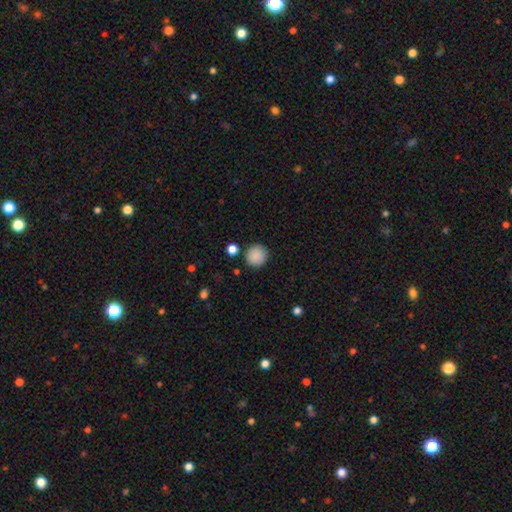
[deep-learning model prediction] The model was most divided on "smooth or featured": smooth: 88%, star or artifact: 8%, featured or disk: 4%. More confident: how rounded — round (93%); merging — none (88%).